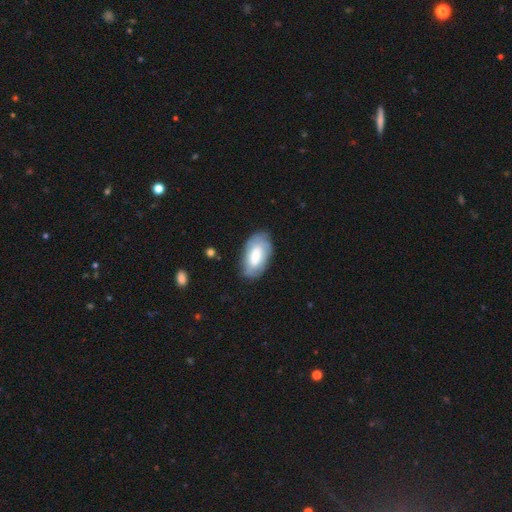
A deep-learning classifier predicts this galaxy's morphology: Smooth or featured?
  - smooth: 60% *
  - featured or disk: 34%
  - star or artifact: 6%
How rounded?
  - in between: 94% *
  - round: 3%
  - cigar-shaped: 3%
Merging?
  - none: 74% *
  - minor disturbance: 19%
  - major disturbance: 5%
  - merger: 2%